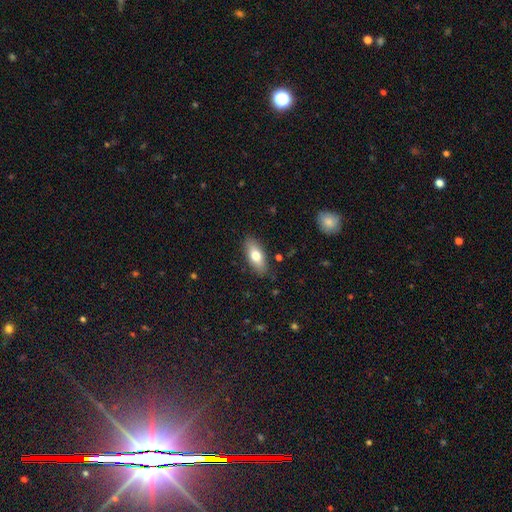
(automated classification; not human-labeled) This appears to be a smooth galaxy with no disk features (74%) that is in between round and cigar-shaped (83%). Merging: none (86%).